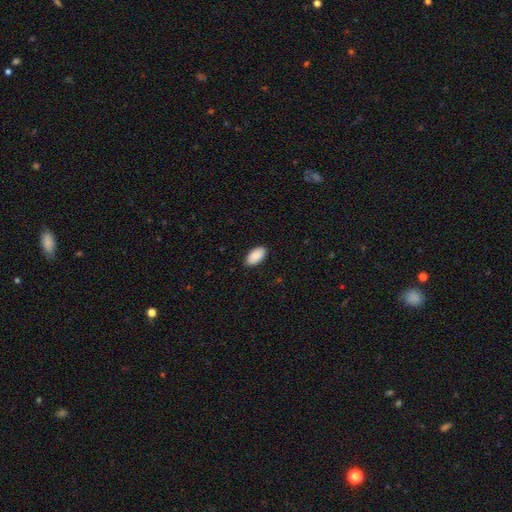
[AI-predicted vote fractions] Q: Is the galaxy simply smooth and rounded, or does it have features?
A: smooth — 91%.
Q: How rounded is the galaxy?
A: in between — 96%.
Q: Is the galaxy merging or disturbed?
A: none — 89%.